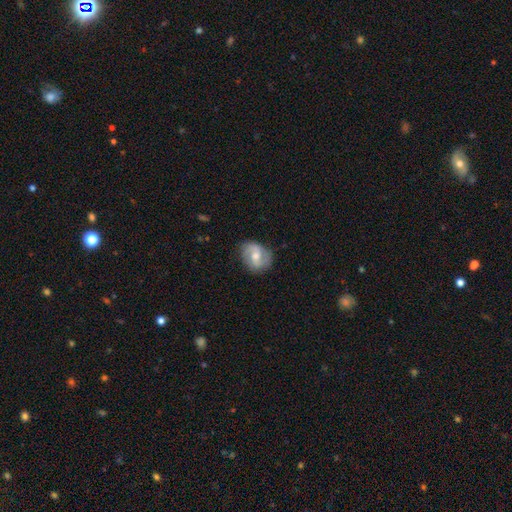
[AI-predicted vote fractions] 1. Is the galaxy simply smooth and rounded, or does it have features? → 63% featured or disk, 31% smooth, 7% star or artifact.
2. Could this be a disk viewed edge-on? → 97% no, 3% yes.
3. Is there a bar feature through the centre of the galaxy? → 50% weak, 33% no, 17% strong.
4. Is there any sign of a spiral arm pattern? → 87% yes, 13% no.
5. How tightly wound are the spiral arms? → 45% medium, 35% loose, 20% tight.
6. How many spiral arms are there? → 85% 2, 8% can't tell, 3% 1, 2% 3, 1% 4, 1% more than 4.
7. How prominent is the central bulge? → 63% moderate, 26% small, 6% large, 3% none, 1% dominant.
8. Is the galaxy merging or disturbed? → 77% none, 17% minor disturbance, 5% major disturbance, 1% merger.